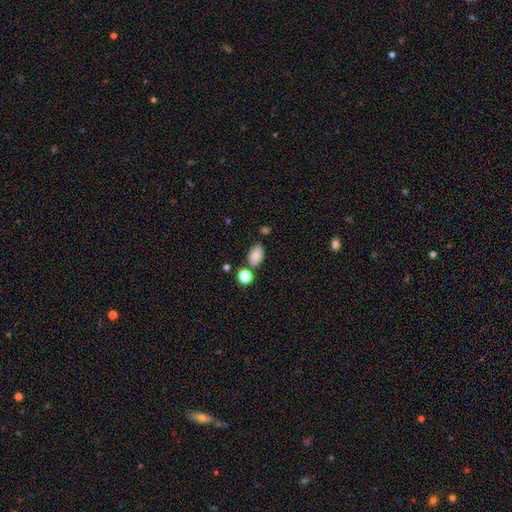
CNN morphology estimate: Smooth or featured? Predicted: smooth (p=0.82). How rounded? Predicted: in between (p=0.89). Merging? Predicted: none (p=0.72).